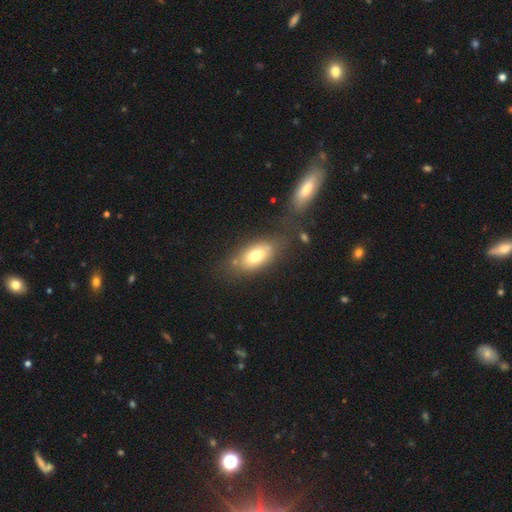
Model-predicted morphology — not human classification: smooth 72%, featured or disk 20%, star or artifact 8%. Down the decision tree: how rounded — in between (85%); merging — none (60%).